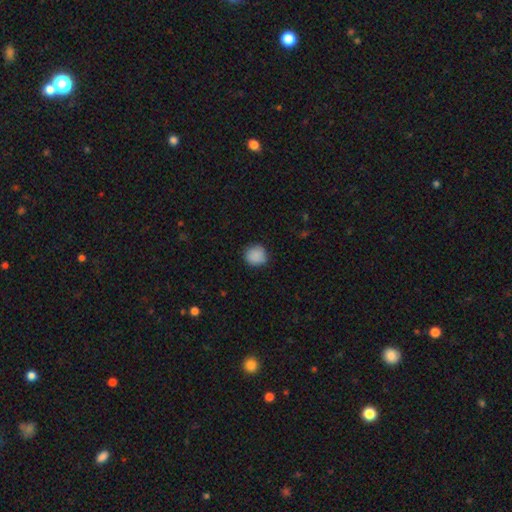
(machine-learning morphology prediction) Smooth or featured: smooth — 88% (star or artifact — 8%)
How rounded: round — 89% (in between — 10%)
Merging: none — 85% (minor disturbance — 11%)